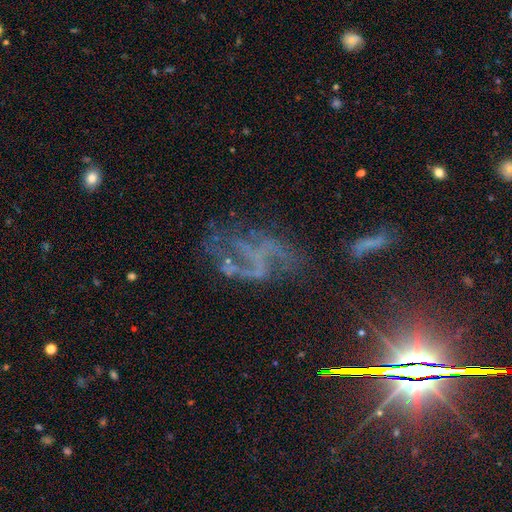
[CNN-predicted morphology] smooth-or-featured: featured or disk: 60% | star or artifact: 28% | smooth: 12%
  disk-edge-on: no: 95% | yes: 5%
    bar: no: 59% | weak: 24% | strong: 16%
    has-spiral-arms: yes: 64% | no: 36%
    bulge-size: none: 78% | small: 13% | moderate: 5% | large: 2% | dominant: 1%
  merging: none: 42% | major disturbance: 34% | minor disturbance: 18% | merger: 6%